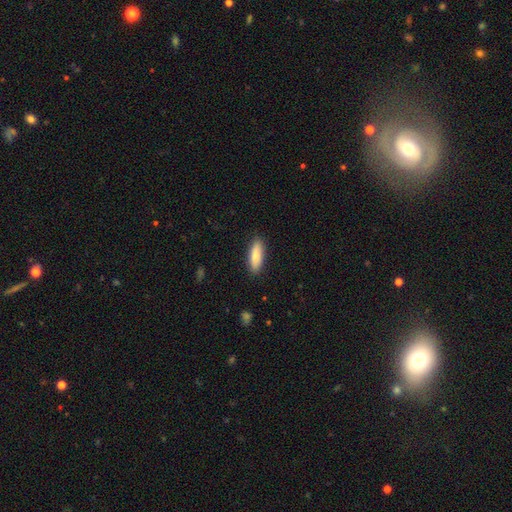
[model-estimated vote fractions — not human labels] Q: Smooth or featured?
A: smooth (83%); runner-up: featured or disk (11%)
Q: How rounded?
A: in between (56%); runner-up: cigar-shaped (42%)
Q: Merging?
A: none (89%); runner-up: minor disturbance (8%)